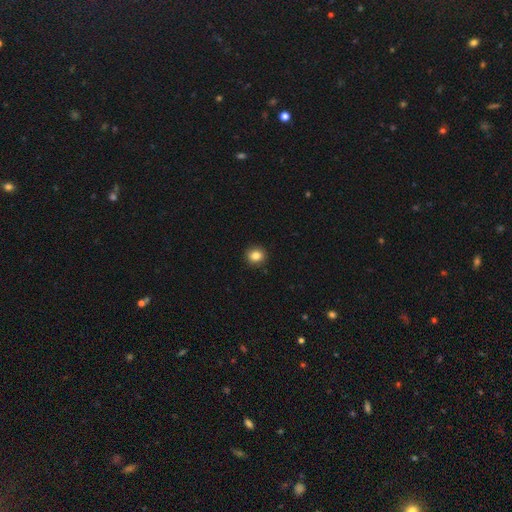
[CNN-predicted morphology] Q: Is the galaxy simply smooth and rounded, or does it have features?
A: smooth — 84%.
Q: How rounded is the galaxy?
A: round — 82%.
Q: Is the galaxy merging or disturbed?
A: none — 91%.